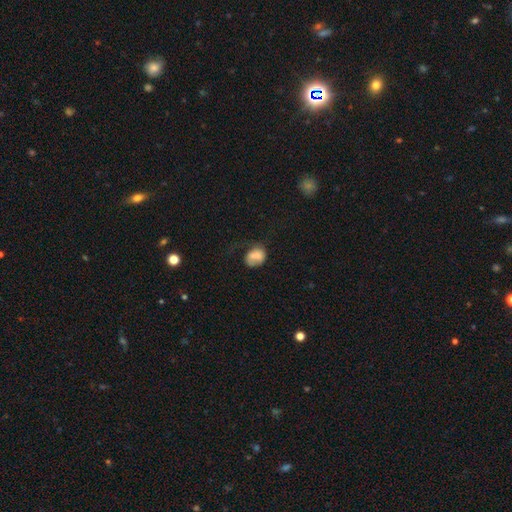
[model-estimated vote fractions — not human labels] A smooth galaxy with no disk features (73%) that is in between round and cigar-shaped (57%). Merging: none (39%).